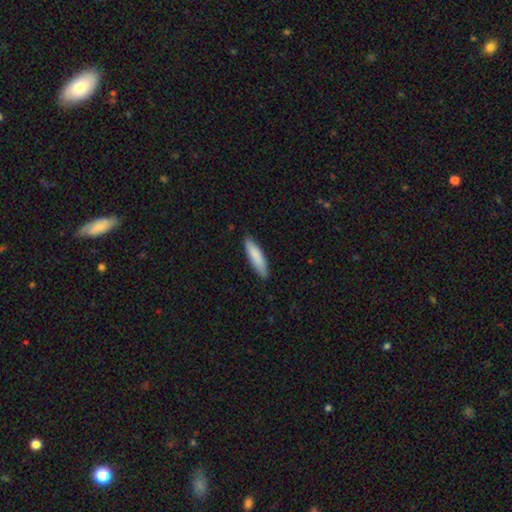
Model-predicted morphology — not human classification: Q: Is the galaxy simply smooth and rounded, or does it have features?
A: smooth — 85%.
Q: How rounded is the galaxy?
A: cigar-shaped — 71%.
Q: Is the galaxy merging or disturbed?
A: none — 87%.